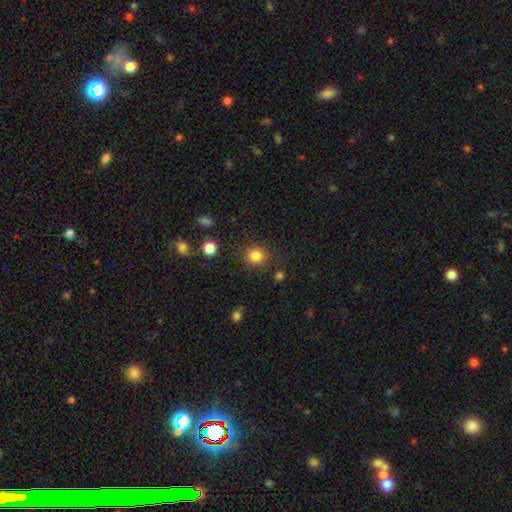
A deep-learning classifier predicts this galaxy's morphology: smooth_or_featured: smooth (p=0.83) [alt: star or artifact p=0.12]
how_rounded: round (p=0.88) [alt: in between p=0.11]
merging: none (p=0.84) [alt: minor disturbance p=0.09]